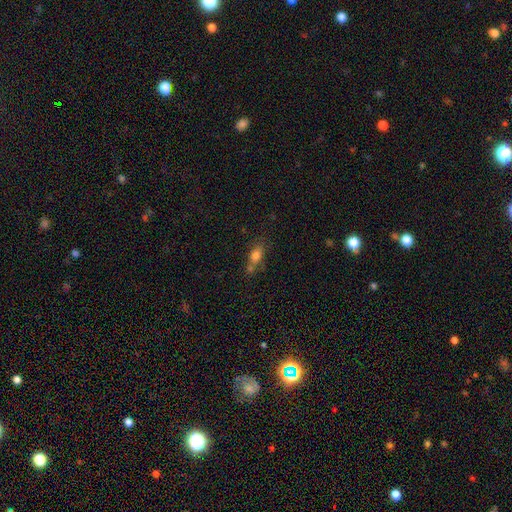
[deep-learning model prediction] The model was most divided on "merging": none: 47%, merger: 29%, minor disturbance: 18%, major disturbance: 7%. More confident: smooth or featured — smooth (75%); how rounded — in between (72%).